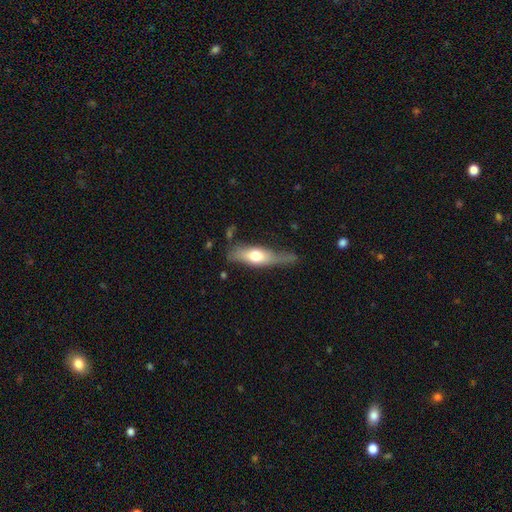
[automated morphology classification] A smooth galaxy with no disk features (52%) that is cigar-shaped (50%). Merging: none (45%).